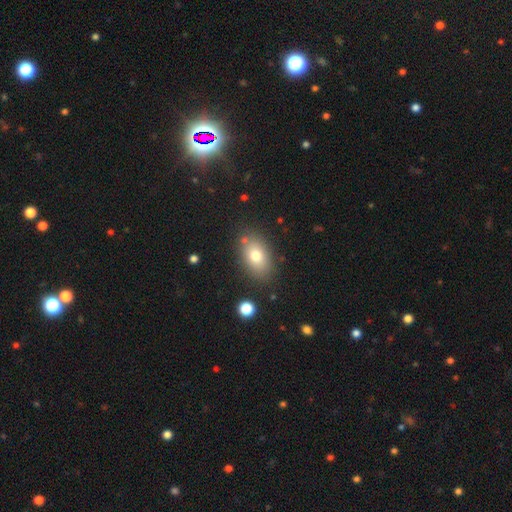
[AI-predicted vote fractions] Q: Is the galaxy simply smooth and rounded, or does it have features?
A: smooth — 75%.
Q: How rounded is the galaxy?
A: in between — 85%.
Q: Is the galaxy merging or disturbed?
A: none — 80%.